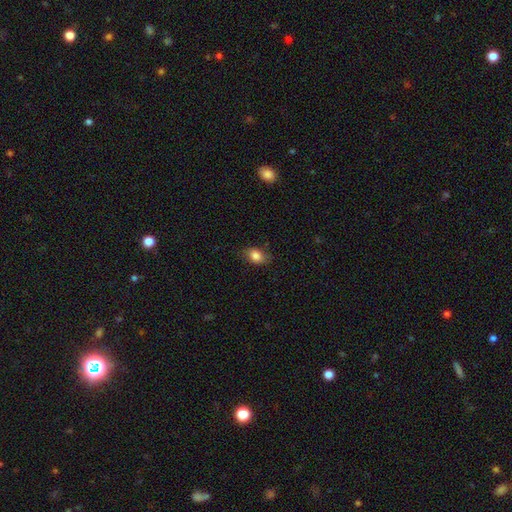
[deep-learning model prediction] Smooth or featured?
  - smooth: 84% *
  - star or artifact: 8%
  - featured or disk: 8%
How rounded?
  - in between: 81% *
  - round: 17%
  - cigar-shaped: 2%
Merging?
  - none: 76% *
  - minor disturbance: 19%
  - major disturbance: 4%
  - merger: 1%